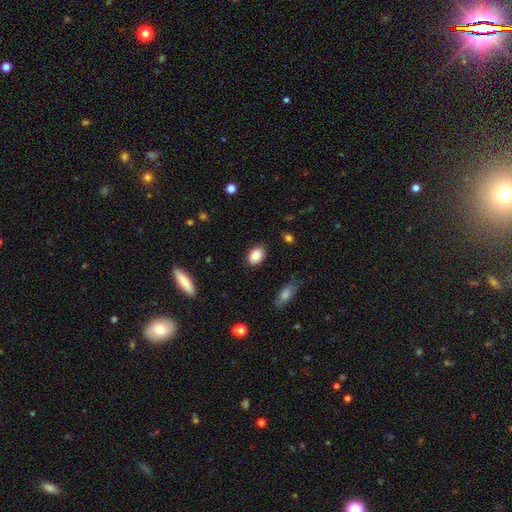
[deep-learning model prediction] This is clearly a smooth galaxy (88%). How rounded: clearly in between (80%). Merging: clearly none (86%).